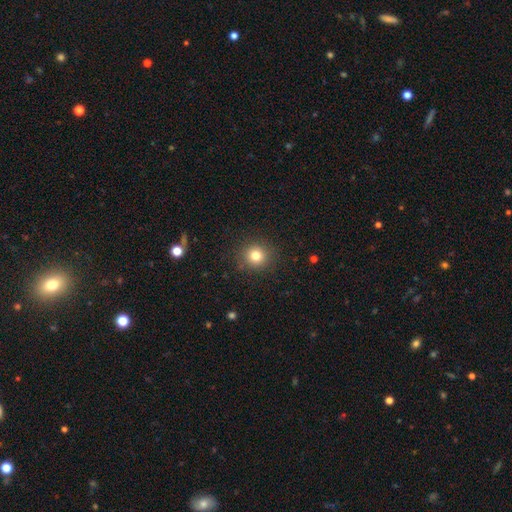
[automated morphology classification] type=smooth (80%); roundness=round (92%); merging=none (89%).